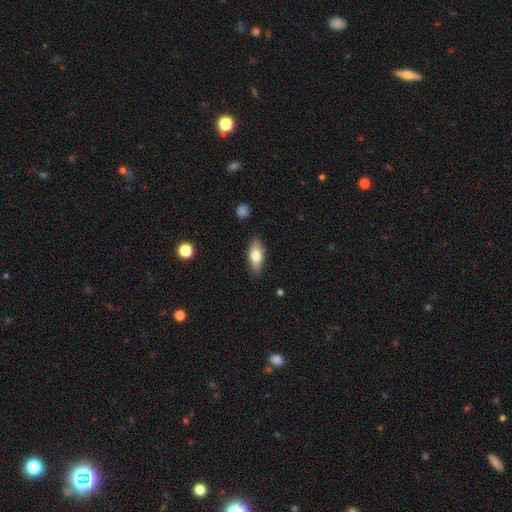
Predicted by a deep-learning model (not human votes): Smooth or featured? Predicted: smooth (p=0.72). How rounded? Predicted: in between (p=0.78). Merging? Predicted: none (p=0.86).